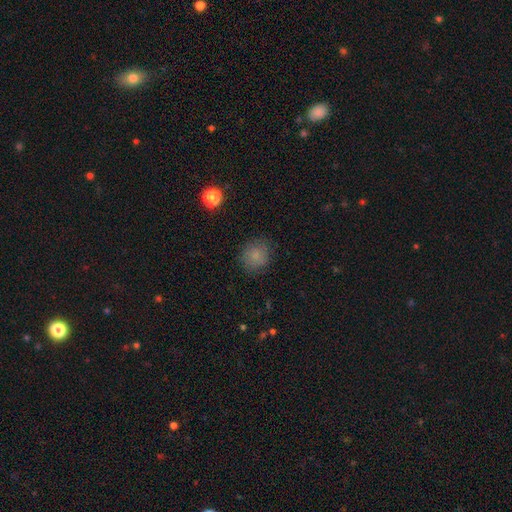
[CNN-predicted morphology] smooth 81%, star or artifact 12%, featured or disk 7%. Down the decision tree: how rounded — round (83%); merging — none (81%).